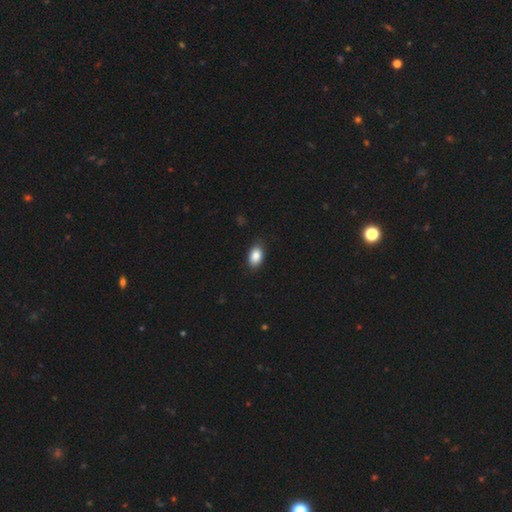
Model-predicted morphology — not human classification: smooth 87%, star or artifact 8%, featured or disk 5%. Down the decision tree: how rounded — in between (88%); merging — none (85%).